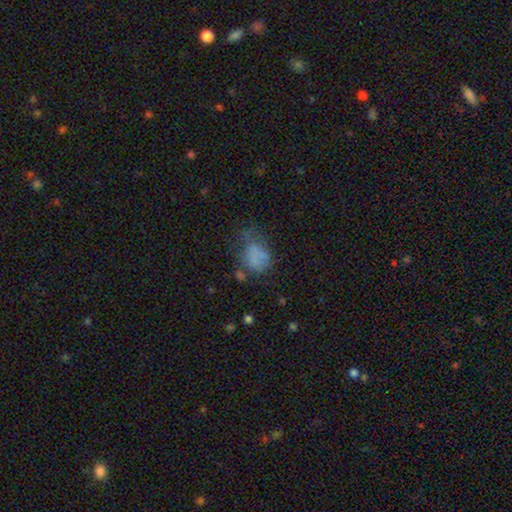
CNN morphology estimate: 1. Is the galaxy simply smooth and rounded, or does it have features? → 65% smooth, 21% featured or disk, 14% star or artifact.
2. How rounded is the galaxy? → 65% in between, 34% round, 1% cigar-shaped.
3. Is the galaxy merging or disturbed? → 33% major disturbance, 31% none, 28% minor disturbance, 7% merger.